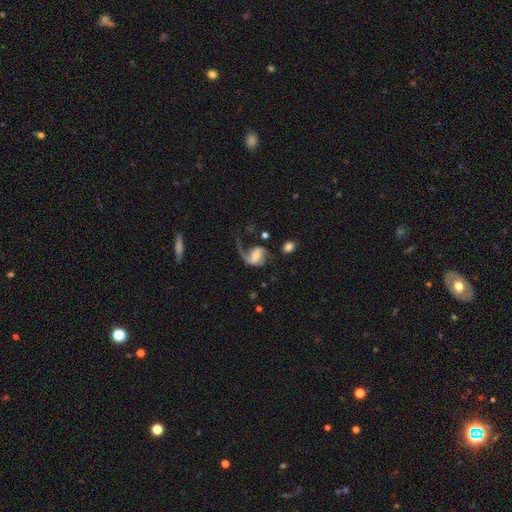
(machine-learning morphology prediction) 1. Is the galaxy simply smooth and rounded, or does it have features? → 70% featured or disk, 22% smooth, 7% star or artifact.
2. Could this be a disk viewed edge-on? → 97% no, 3% yes.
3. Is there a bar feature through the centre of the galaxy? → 43% weak, 33% no, 24% strong.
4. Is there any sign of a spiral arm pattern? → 89% yes, 11% no.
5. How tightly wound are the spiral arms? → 70% loose, 24% medium, 6% tight.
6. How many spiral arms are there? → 60% 1, 35% 2, 3% can't tell, 1% 3, 1% 4, 1% more than 4.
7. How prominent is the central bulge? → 28% small (tied), 28% none (tied), 25% moderate, 14% large, 4% dominant.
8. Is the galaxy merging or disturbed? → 49% major disturbance, 30% none, 15% minor disturbance, 6% merger.